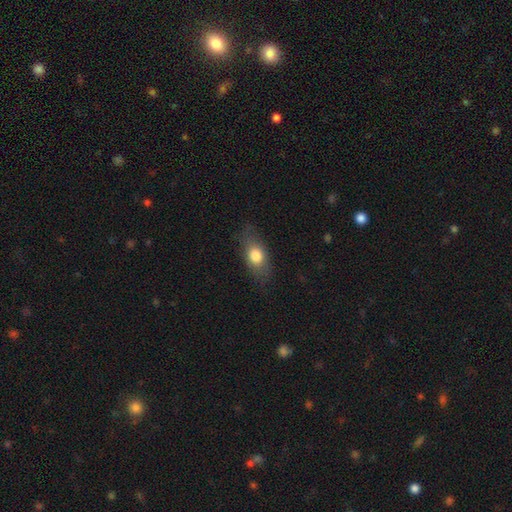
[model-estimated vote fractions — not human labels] The model was most divided on "smooth or featured": smooth: 75%, featured or disk: 17%, star or artifact: 8%. More confident: how rounded — in between (77%); merging — none (77%).